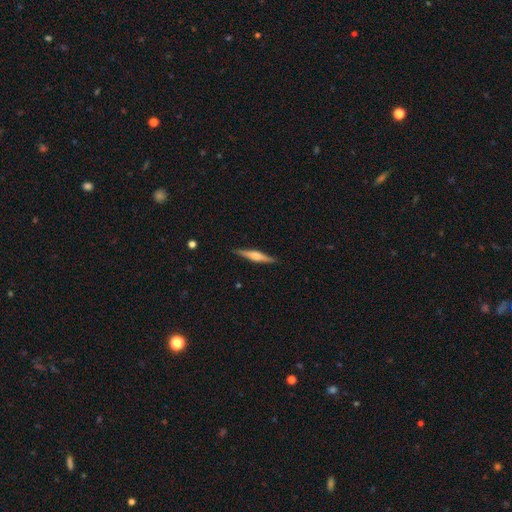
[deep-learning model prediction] Smooth or featured?
  - featured or disk: 65% *
  - smooth: 29%
  - star or artifact: 6%
Edge-on disk?
  - yes: 98% *
  - no: 2%
Edge-on bulge?
  - rounded: 81% *
  - boxy: 13%
  - none: 6%
Merging?
  - none: 90% *
  - minor disturbance: 7%
  - major disturbance: 1%
  - merger: 1%